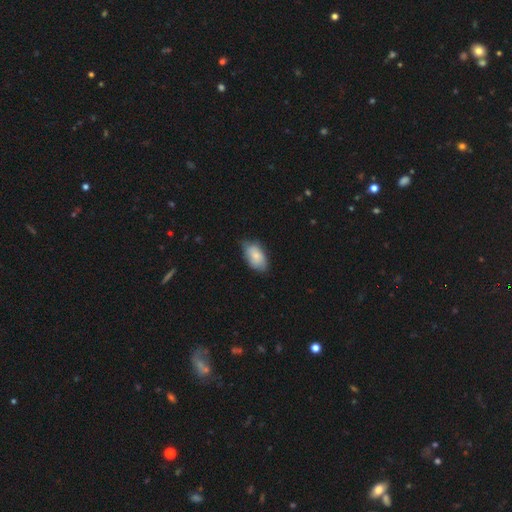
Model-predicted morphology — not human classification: Smooth or featured: smooth — 81% (featured or disk — 13%)
How rounded: in between — 94% (round — 4%)
Merging: none — 65% (minor disturbance — 29%)